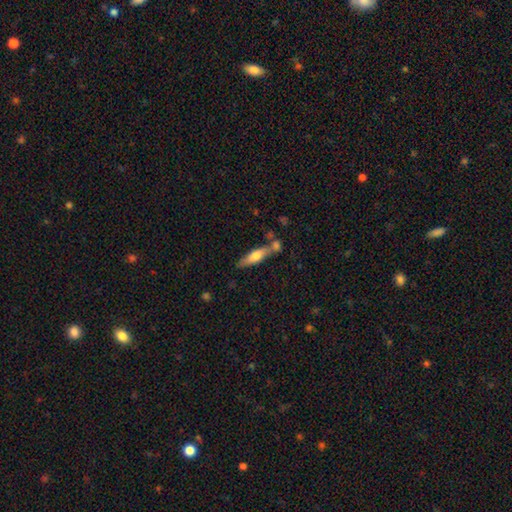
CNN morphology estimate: A smooth galaxy with no disk features (51%) that is cigar-shaped (72%).

Vote fractions:
- Smooth or featured? smooth: 51% / featured or disk: 42% / star or artifact: 6%
- How rounded? cigar-shaped: 72% / in between: 26% / round: 2%
- Merging? none: 58% / merger: 23% / minor disturbance: 14% / major disturbance: 4%